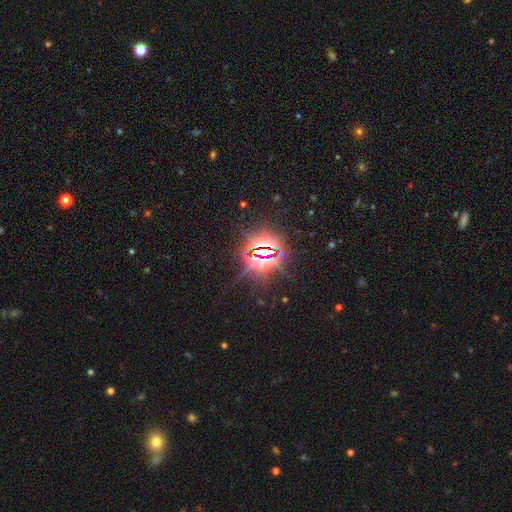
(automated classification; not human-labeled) smooth-or-featured: star or artifact: 84% | smooth: 8% | featured or disk: 8%